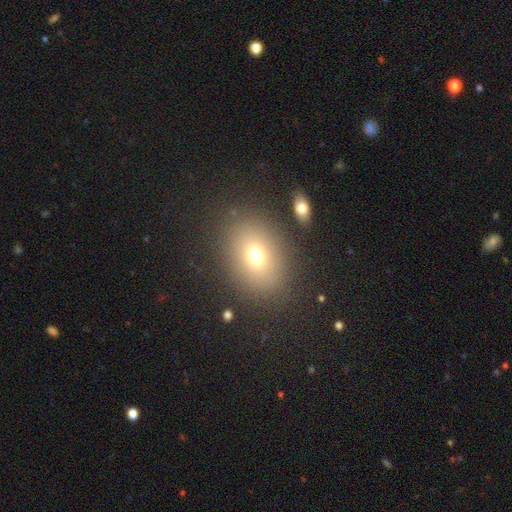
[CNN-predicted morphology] This appears to be a smooth galaxy with no disk features (70%) that is in between round and cigar-shaped (57%). Merging: none (83%).